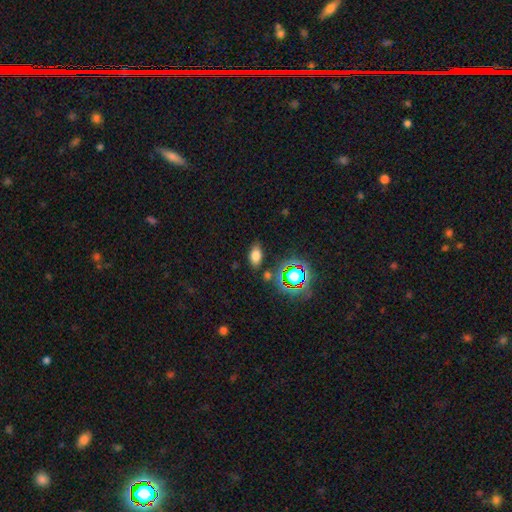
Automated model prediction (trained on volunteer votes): The model was most divided on "smooth or featured": smooth: 69%, star or artifact: 20%, featured or disk: 11%. More confident: how rounded — in between (88%); merging — none (81%).